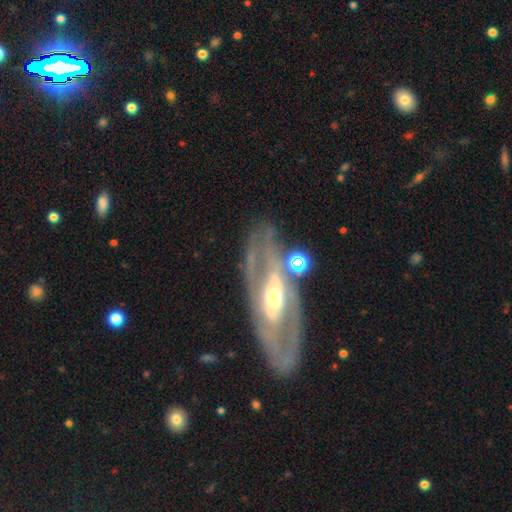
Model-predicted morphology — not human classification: featured or disk 84%, smooth 11%, star or artifact 5%. Down the decision tree: edge-on disk — no (85%); bar — no (43%); spiral arms — yes (70%); spiral arm count — 2 (61%); spiral winding — tight (51%); bulge size — moderate (63%); merging — none (76%).